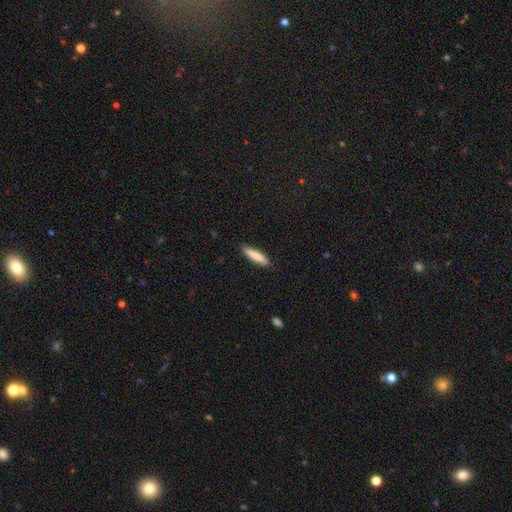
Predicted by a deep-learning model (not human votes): Smooth or featured: smooth — 84% (featured or disk — 11%)
How rounded: cigar-shaped — 80% (in between — 19%)
Merging: none — 89% (minor disturbance — 8%)